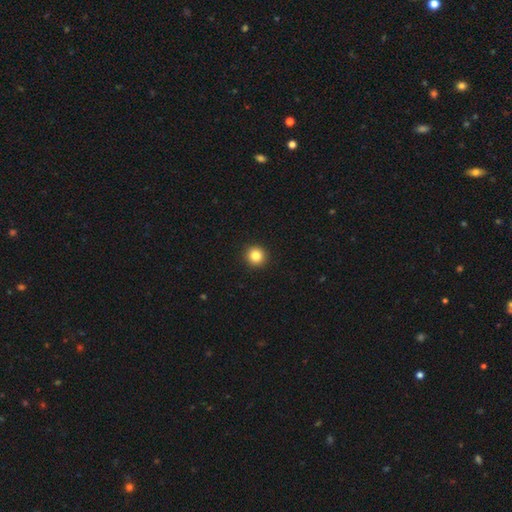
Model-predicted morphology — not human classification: smooth_or_featured: smooth (p=0.84) [alt: star or artifact p=0.11]
how_rounded: round (p=0.94) [alt: in between p=0.05]
merging: none (p=0.93) [alt: minor disturbance p=0.04]